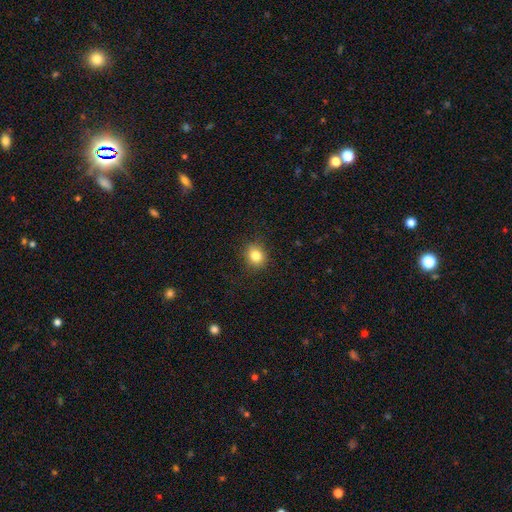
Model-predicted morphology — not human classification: This appears to be a smooth galaxy with no disk features (83%) that is round (70%). Merging: none (87%).